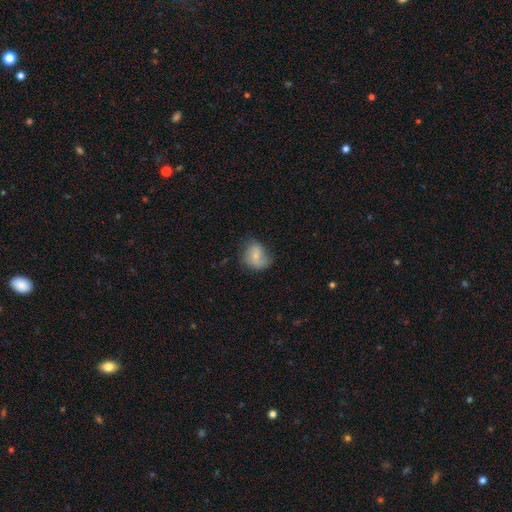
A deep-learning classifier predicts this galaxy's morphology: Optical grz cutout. It shows a smooth galaxy with no disk features (59%) that is round (55%). Merging: none (54%).